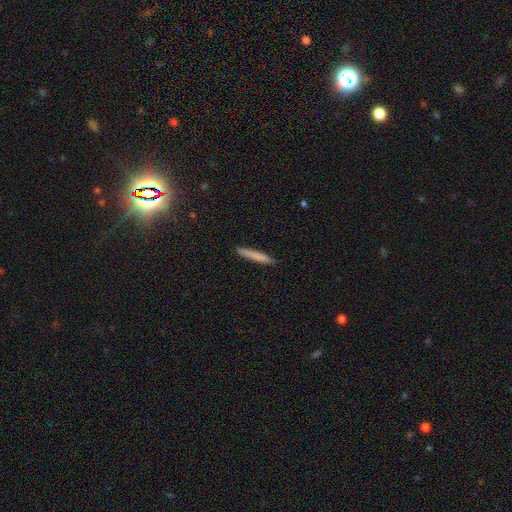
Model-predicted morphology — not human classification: A smooth galaxy with no disk features (78%) that is cigar-shaped (96%). Merging: none (91%).